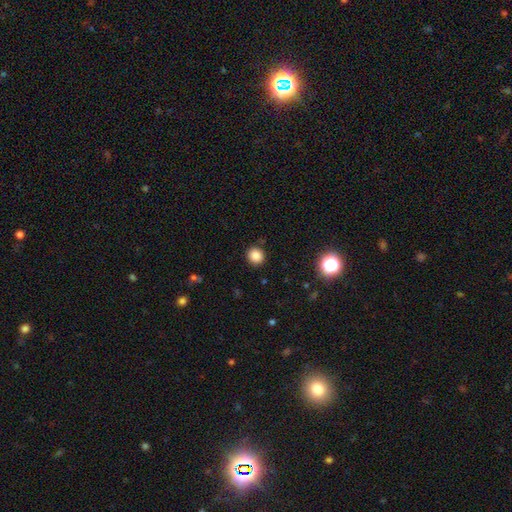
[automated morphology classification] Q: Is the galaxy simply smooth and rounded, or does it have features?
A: smooth — 85%.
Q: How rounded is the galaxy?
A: round — 89%.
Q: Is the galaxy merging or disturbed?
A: none — 89%.